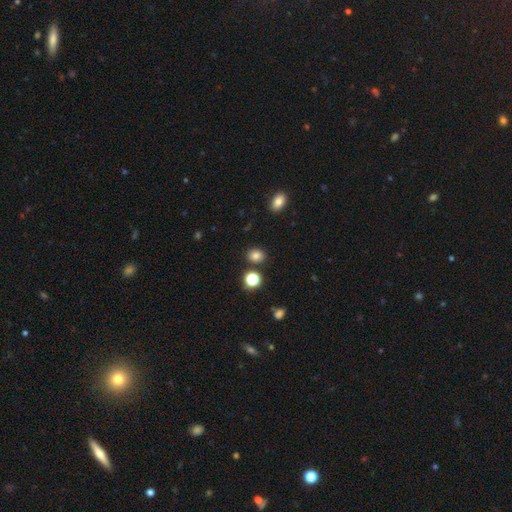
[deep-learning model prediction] smooth_or_featured: smooth (p=0.80) [alt: star or artifact p=0.14]
how_rounded: round (p=0.61) [alt: in between p=0.38]
merging: none (p=0.85) [alt: minor disturbance p=0.08]